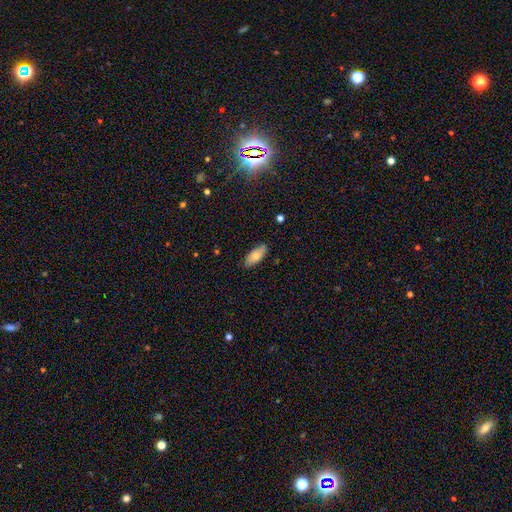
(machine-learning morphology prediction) Overall: smooth (75%). How rounded: in between (80%). Merging: none (85%).